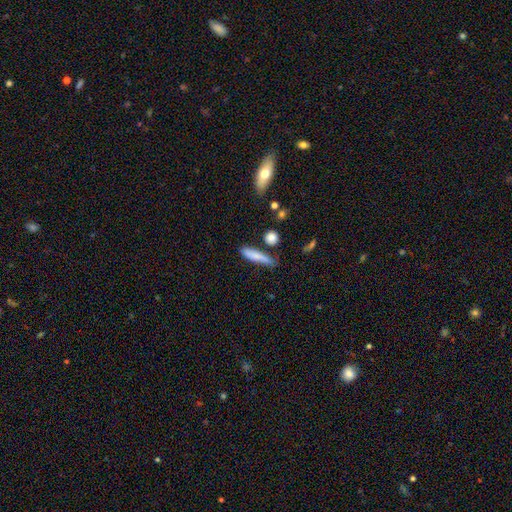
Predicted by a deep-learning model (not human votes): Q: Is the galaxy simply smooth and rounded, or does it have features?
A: smooth — 76%.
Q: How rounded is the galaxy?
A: cigar-shaped — 81%.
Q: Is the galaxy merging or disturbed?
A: none — 65%.